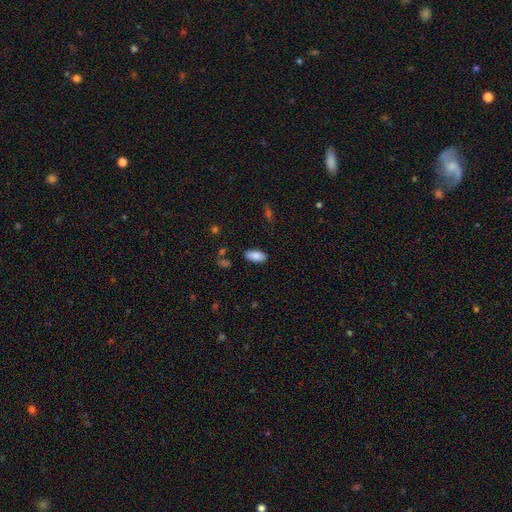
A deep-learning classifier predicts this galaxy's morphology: Q: Smooth or featured?
A: smooth (87%); runner-up: star or artifact (7%)
Q: How rounded?
A: in between (91%); runner-up: cigar-shaped (7%)
Q: Merging?
A: none (85%); runner-up: minor disturbance (11%)